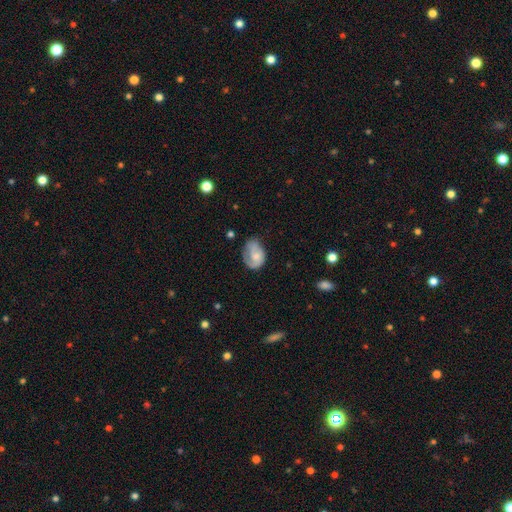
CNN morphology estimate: A featured or disk galaxy (49%). Merging: none (41%).